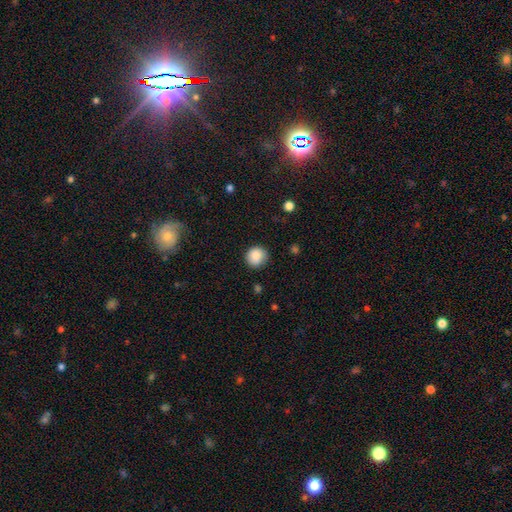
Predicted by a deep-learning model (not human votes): Smooth or featured: smooth — 87% (star or artifact — 9%)
How rounded: round — 91% (in between — 8%)
Merging: none — 85% (minor disturbance — 11%)